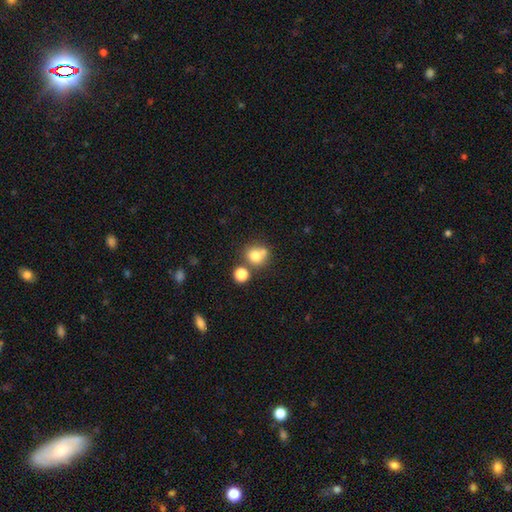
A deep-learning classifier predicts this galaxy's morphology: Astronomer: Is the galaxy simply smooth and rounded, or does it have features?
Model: smooth — 75%.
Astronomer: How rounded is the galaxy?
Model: round — 81%.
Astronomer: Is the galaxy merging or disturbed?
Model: none — 50% (runner-up: merger, 34%).